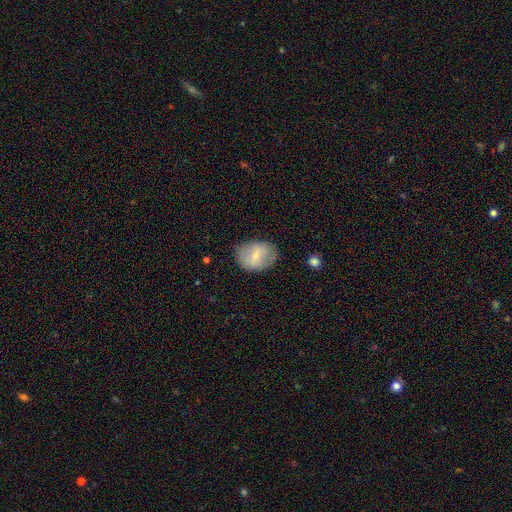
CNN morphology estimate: type=smooth (61%); roundness=in between (65%); merging=none (77%).